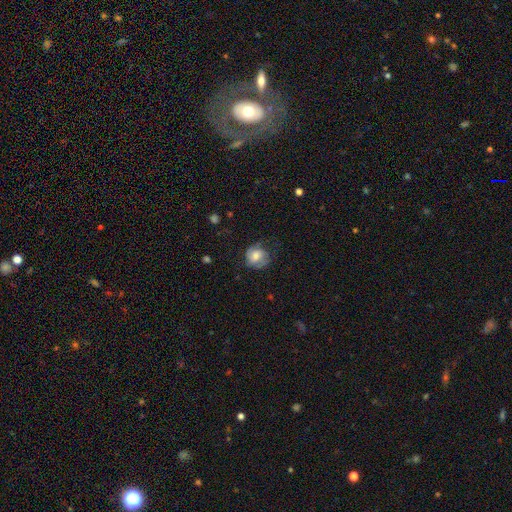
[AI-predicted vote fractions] Overall: smooth (49%; featured or disk 43%). Merging: none (59%; minor disturbance 25%).